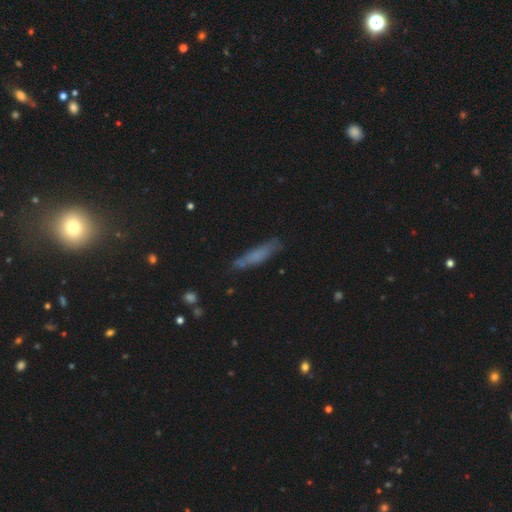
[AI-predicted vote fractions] The model was most divided on "smooth or featured": smooth: 63%, featured or disk: 27%, star or artifact: 10%. More confident: how rounded — cigar-shaped (84%); merging — none (76%).